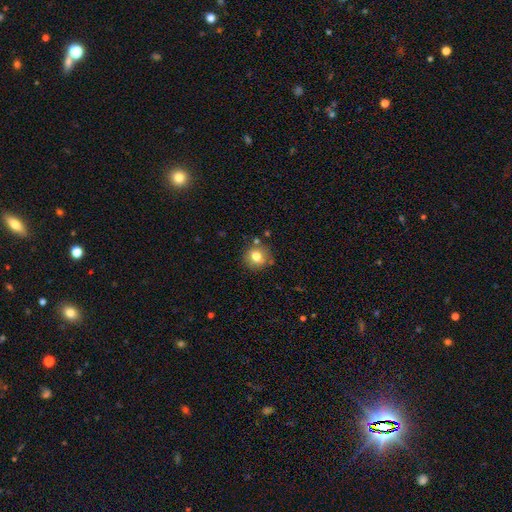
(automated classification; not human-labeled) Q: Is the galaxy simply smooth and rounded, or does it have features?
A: smooth — 78%.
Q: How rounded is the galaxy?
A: round — 83%.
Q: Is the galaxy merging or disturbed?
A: none — 79%.